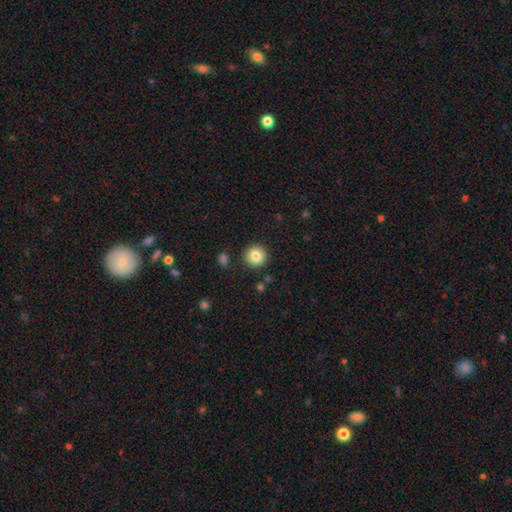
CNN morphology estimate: smooth_or_featured: smooth (p=0.82) [alt: star or artifact p=0.09]
how_rounded: round (p=0.95) [alt: in between p=0.04]
merging: none (p=0.90) [alt: minor disturbance p=0.06]